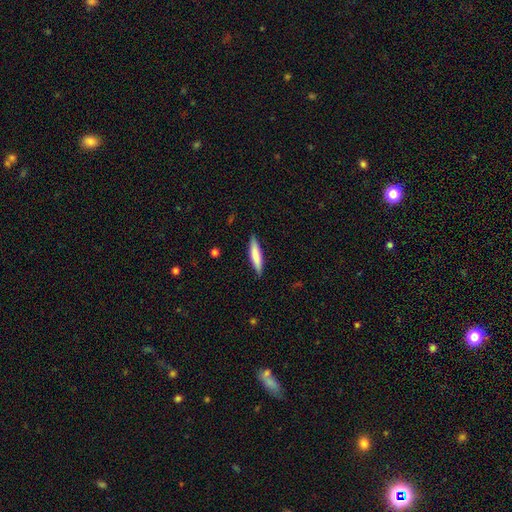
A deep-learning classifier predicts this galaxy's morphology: This appears to be a smooth galaxy with no disk features (75%) that is cigar-shaped (84%). Merging: none (88%).